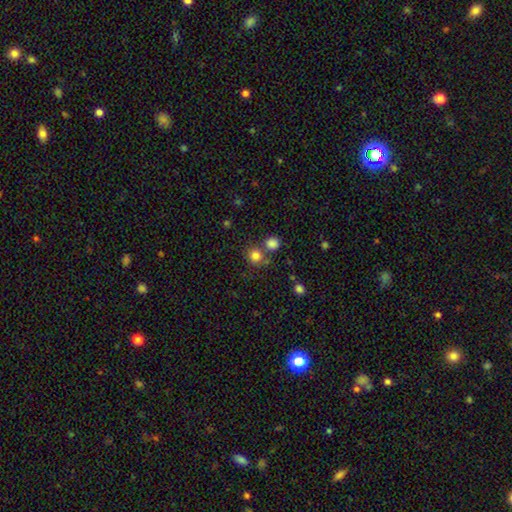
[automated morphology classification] Smooth or featured? Predicted: smooth (p=0.81). How rounded? Predicted: round (p=0.90). Merging? Predicted: none (p=0.69).